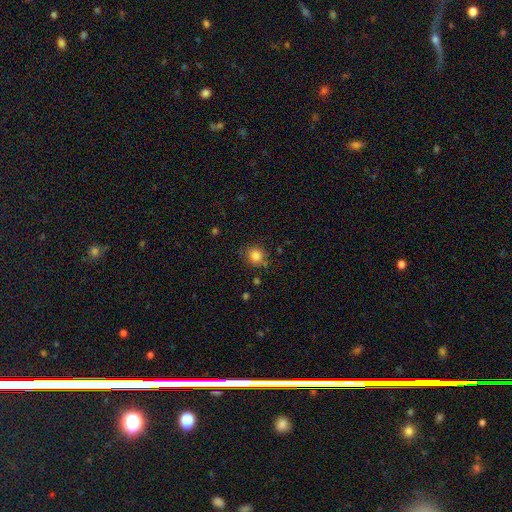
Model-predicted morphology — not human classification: The model was most divided on "how rounded": round: 77%, in between: 22%, cigar-shaped: 1%. More confident: smooth or featured — smooth (82%); merging — none (76%).